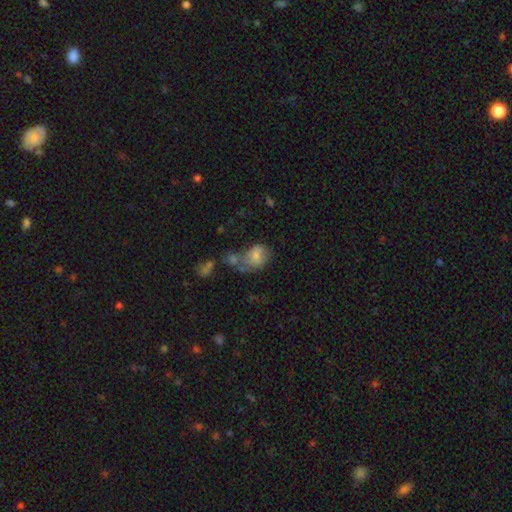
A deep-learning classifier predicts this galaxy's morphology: This appears to be a smooth galaxy with no disk features (65%) that is in between round and cigar-shaped (65%). Merging: merger (37%).